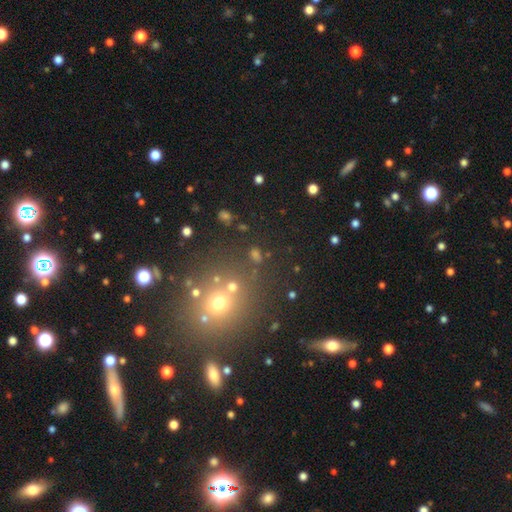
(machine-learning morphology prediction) A smooth galaxy with no disk features (50%).

Vote fractions:
- Smooth or featured? smooth: 50% / star or artifact: 39% / featured or disk: 12%
- Merging? none: 74% / merger: 12% / minor disturbance: 9% / major disturbance: 5%